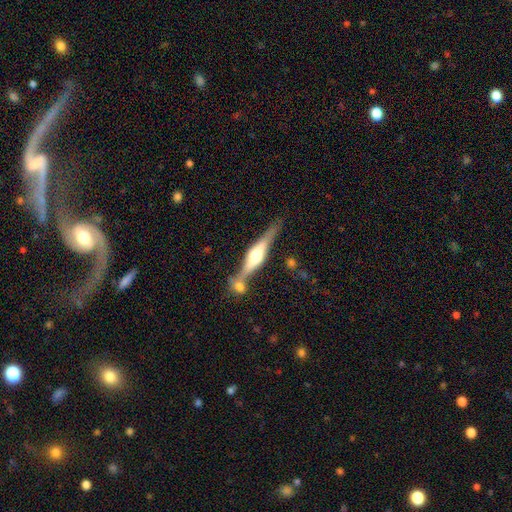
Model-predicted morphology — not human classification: Smooth or featured: featured or disk — 77% (smooth — 18%)
Edge-on disk: yes — 97% (no — 3%)
Edge-on bulge: rounded — 89% (boxy — 8%)
Merging: none — 68% (merger — 17%)